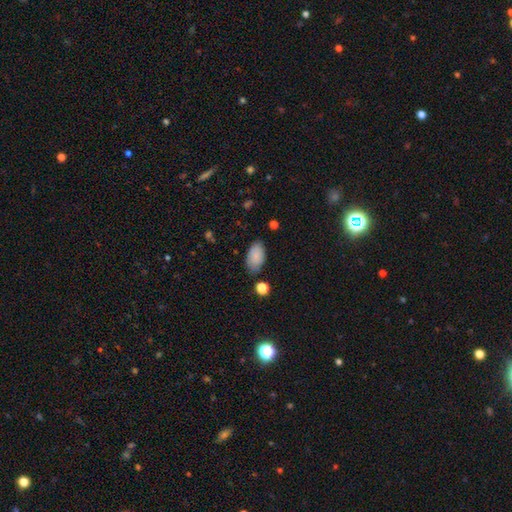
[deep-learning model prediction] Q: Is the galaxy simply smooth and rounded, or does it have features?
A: smooth — 86%.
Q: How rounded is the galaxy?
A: in between — 94%.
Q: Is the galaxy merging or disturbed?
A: none — 78%.